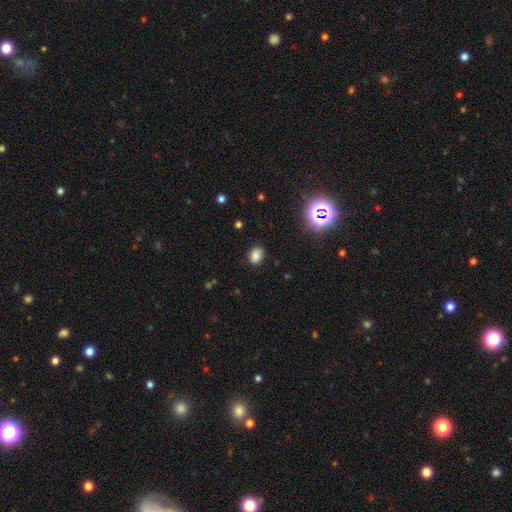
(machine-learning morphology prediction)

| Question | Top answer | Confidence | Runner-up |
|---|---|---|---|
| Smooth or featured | smooth | 81% | star or artifact (14%) |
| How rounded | in between | 63% | round (36%) |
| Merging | none | 85% | minor disturbance (11%) |